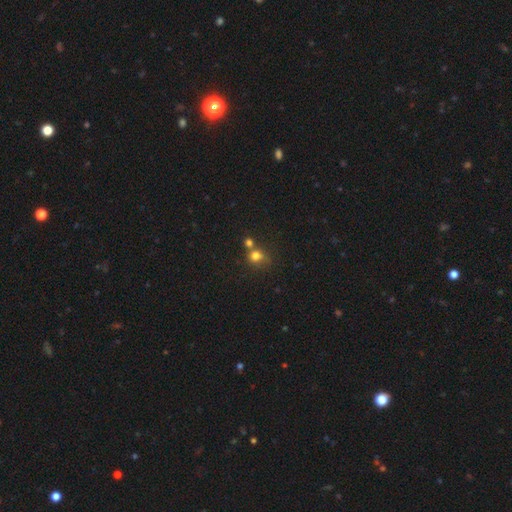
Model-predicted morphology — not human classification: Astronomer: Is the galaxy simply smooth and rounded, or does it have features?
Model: smooth — 75%.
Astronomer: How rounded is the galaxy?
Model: round — 72%.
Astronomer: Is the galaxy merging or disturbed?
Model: none — 42% (runner-up: merger, 38%).